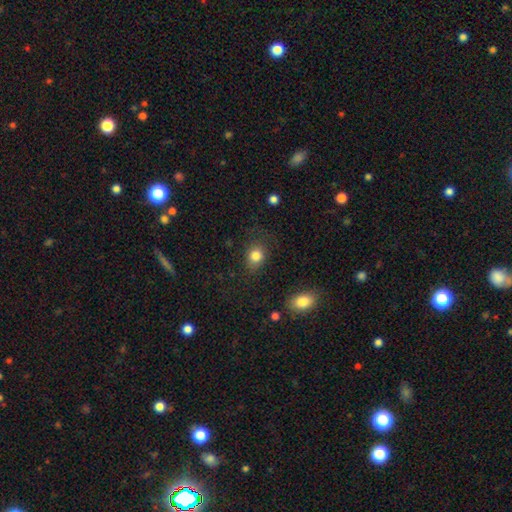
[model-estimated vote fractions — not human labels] Smooth or featured?
  - smooth: 83% *
  - star or artifact: 11%
  - featured or disk: 6%
How rounded?
  - round: 60% *
  - in between: 39%
  - cigar-shaped: 1%
Merging?
  - none: 76% *
  - minor disturbance: 16%
  - major disturbance: 6%
  - merger: 2%